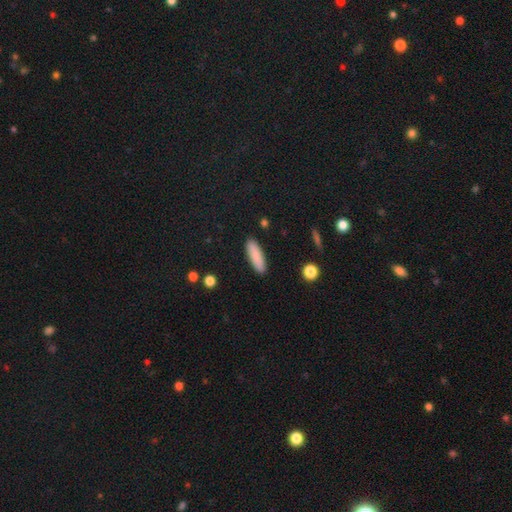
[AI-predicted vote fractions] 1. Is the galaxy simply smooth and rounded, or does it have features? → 88% smooth, 6% star or artifact, 6% featured or disk.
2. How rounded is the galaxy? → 54% cigar-shaped, 44% in between, 2% round.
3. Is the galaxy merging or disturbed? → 90% none, 7% minor disturbance, 2% major disturbance, 1% merger.